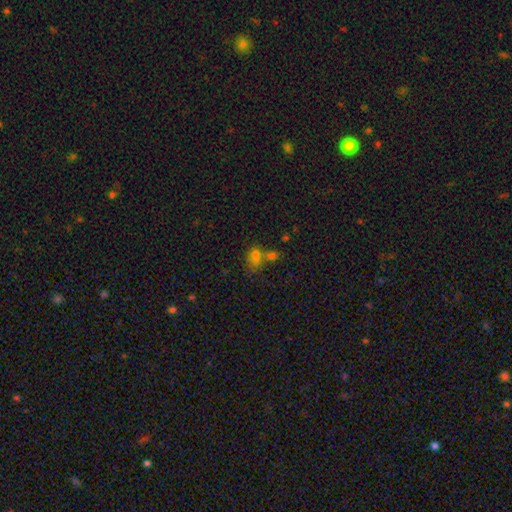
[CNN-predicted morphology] Smooth or featured? smooth (71%)
How rounded? in between (72%)
Merging? merger (44%)